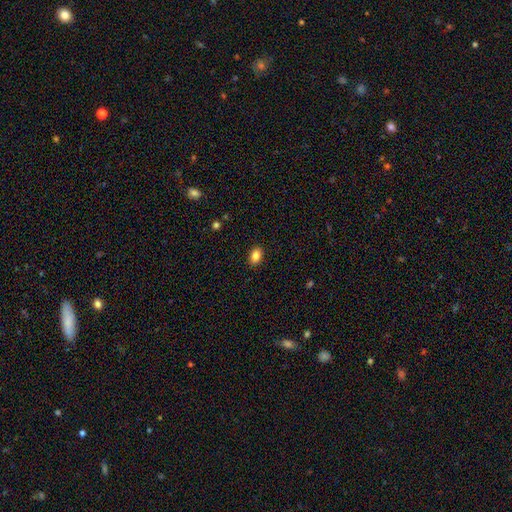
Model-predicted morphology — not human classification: smooth-or-featured: smooth: 86% | star or artifact: 9% | featured or disk: 5%
  how-rounded: in between: 80% | round: 19% | cigar-shaped: 1%
  merging: none: 89% | minor disturbance: 8% | major disturbance: 2% | merger: 1%